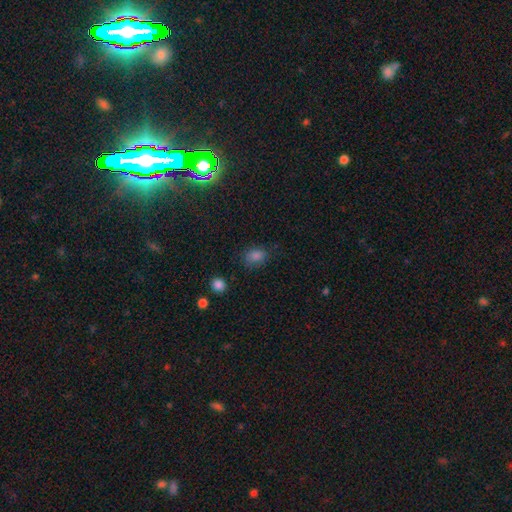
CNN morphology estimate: smooth 76%, star or artifact 18%, featured or disk 6%. Down the decision tree: how rounded — in between (65%); merging — none (76%).